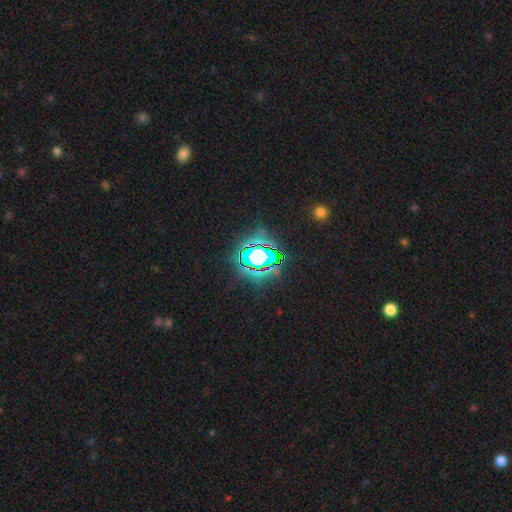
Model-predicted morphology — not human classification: Smooth or featured? star or artifact (72%)